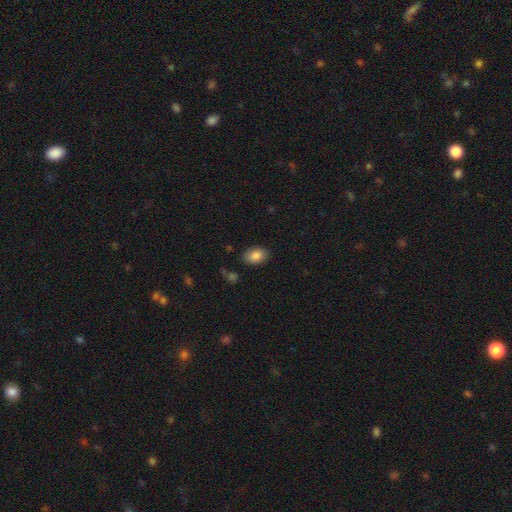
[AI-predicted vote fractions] Overall: smooth (85%). How rounded: in between (87%). Merging: none (84%).